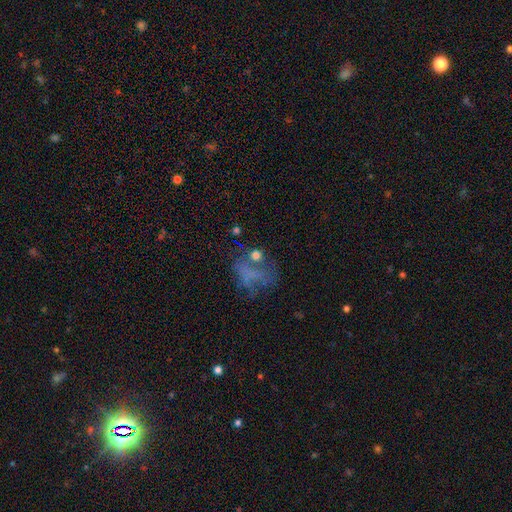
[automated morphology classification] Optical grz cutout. It shows a smooth galaxy with no disk features (50%). Merging: none (37%).